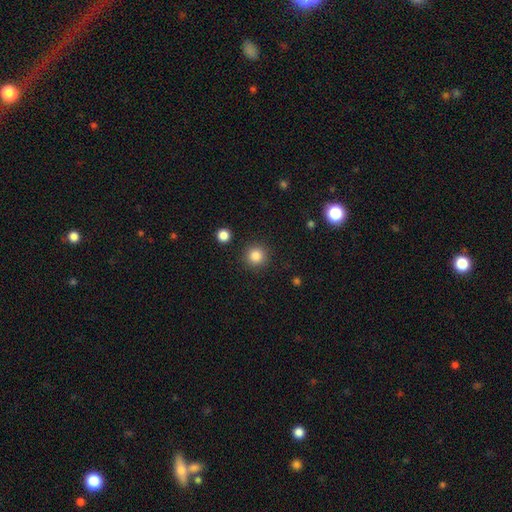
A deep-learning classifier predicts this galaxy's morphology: Q: Smooth or featured?
A: smooth (85%); runner-up: star or artifact (11%)
Q: How rounded?
A: round (94%); runner-up: in between (5%)
Q: Merging?
A: none (90%); runner-up: minor disturbance (6%)